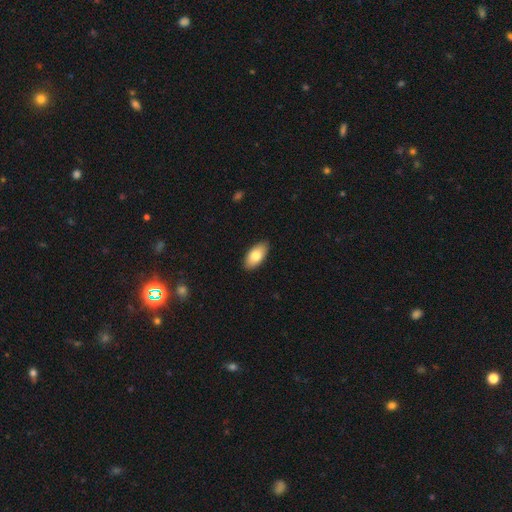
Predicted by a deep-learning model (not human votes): Q: Smooth or featured?
A: smooth (79%); runner-up: featured or disk (15%)
Q: How rounded?
A: in between (94%); runner-up: cigar-shaped (4%)
Q: Merging?
A: none (89%); runner-up: minor disturbance (9%)